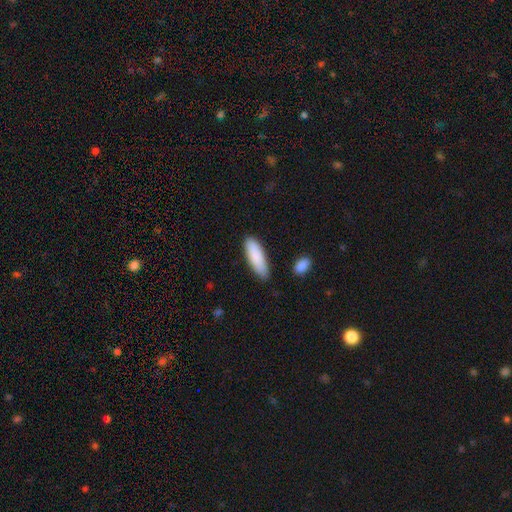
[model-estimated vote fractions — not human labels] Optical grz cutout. It shows a smooth galaxy with no disk features (88%) that is in between round and cigar-shaped (52%). Merging: none (80%).